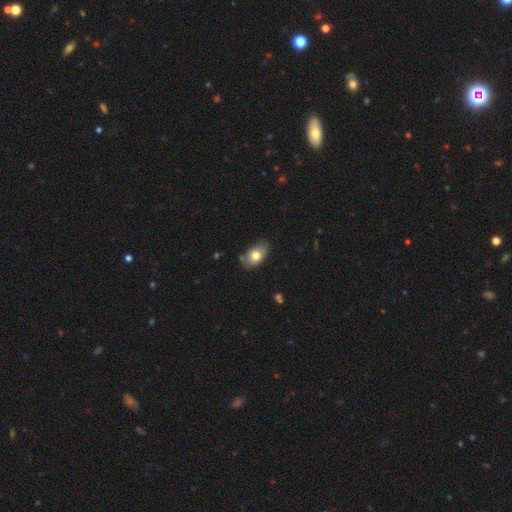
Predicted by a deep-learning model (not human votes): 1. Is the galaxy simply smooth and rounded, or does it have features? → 73% smooth, 19% featured or disk, 8% star or artifact.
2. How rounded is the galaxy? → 87% in between, 12% round, 2% cigar-shaped.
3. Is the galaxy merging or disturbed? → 64% none, 28% minor disturbance, 5% major disturbance, 3% merger.